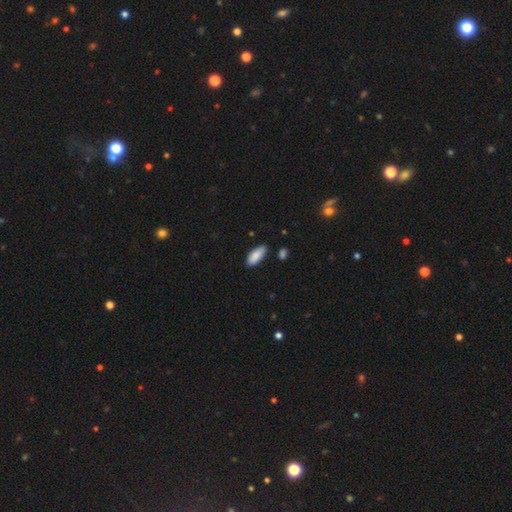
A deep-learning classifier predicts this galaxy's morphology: Smooth or featured?
  - smooth: 87% *
  - featured or disk: 7%
  - star or artifact: 6%
How rounded?
  - in between: 82% *
  - cigar-shaped: 17%
  - round: 2%
Merging?
  - none: 84% *
  - minor disturbance: 12%
  - merger: 2%
  - major disturbance: 2%